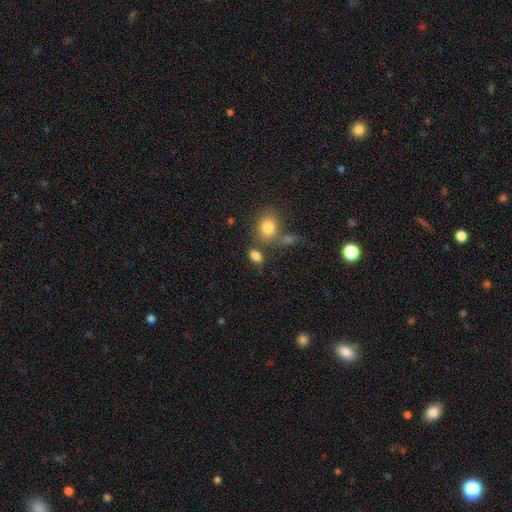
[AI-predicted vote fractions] The model was most divided on "merging": none: 63%, merger: 18%, minor disturbance: 14%, major disturbance: 5%. More confident: smooth or featured — smooth (83%); how rounded — in between (78%).